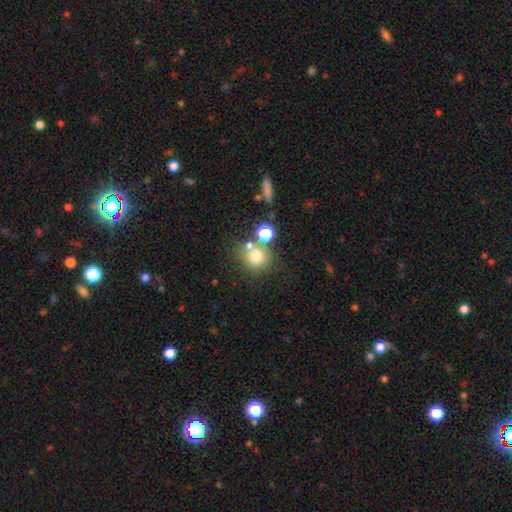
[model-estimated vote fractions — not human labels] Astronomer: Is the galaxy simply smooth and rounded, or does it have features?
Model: smooth — 72%.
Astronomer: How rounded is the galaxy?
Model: round — 86%.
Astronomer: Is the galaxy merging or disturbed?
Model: none — 56%.